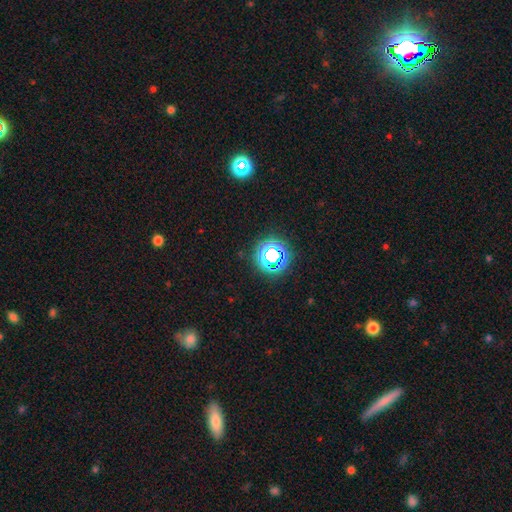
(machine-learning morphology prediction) A star or artifact, not a galaxy (68%).

Vote fractions:
- Smooth or featured? star or artifact: 68% / smooth: 25% / featured or disk: 7%